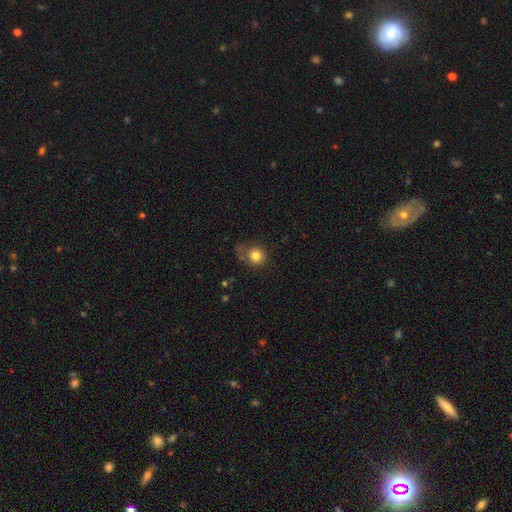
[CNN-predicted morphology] This appears to be a smooth galaxy with no disk features (80%) that is round (81%). Merging: none (57%).